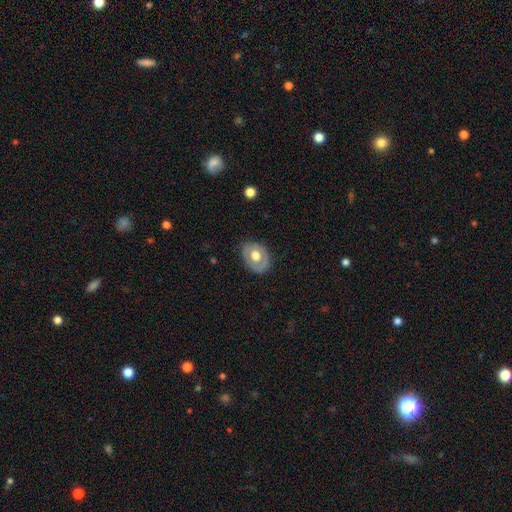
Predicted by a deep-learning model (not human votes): smooth 47% (tied), featured or disk 47% (tied), star or artifact 6%. Down the decision tree: merging — none (76%).